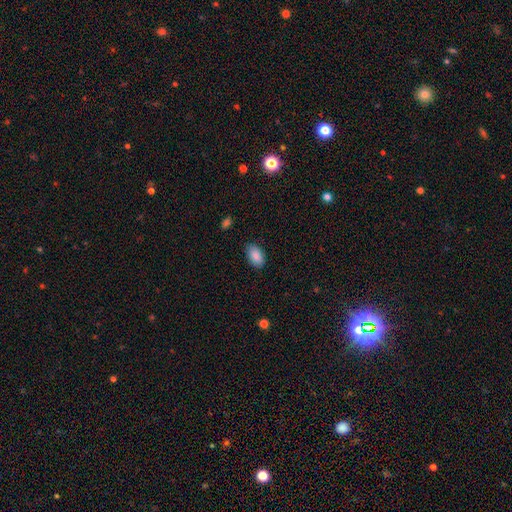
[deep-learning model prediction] Morphology: type=smooth (89%); roundness=in between (93%); merging=none (84%).